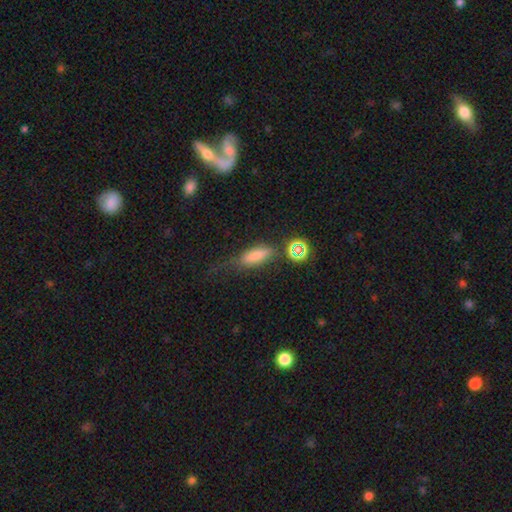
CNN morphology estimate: A smooth galaxy with no disk features (75%) that is in between round and cigar-shaped (54%). Merging: none (56%).